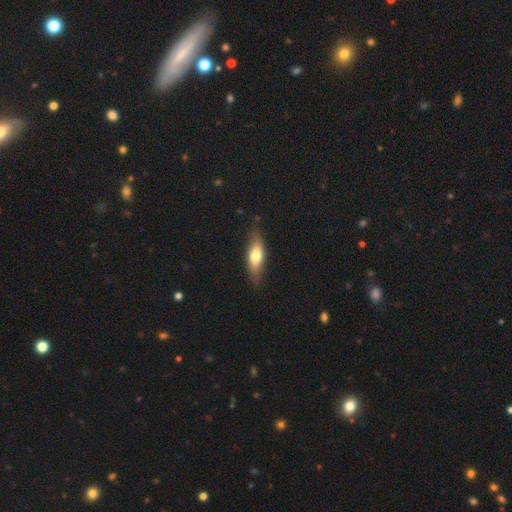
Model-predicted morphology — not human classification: A smooth galaxy with no disk features (64%) that is in between round and cigar-shaped (55%).

Vote fractions:
- Smooth or featured? smooth: 64% / featured or disk: 30% / star or artifact: 6%
- How rounded? in between: 55% / cigar-shaped: 42% / round: 3%
- Merging? none: 81% / minor disturbance: 15% / major disturbance: 3% / merger: 1%